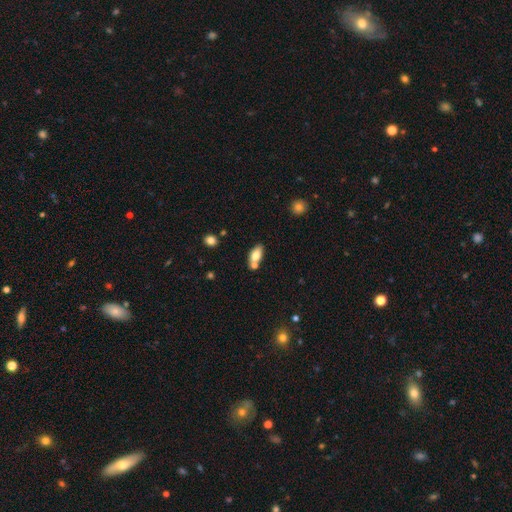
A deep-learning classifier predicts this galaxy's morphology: A smooth galaxy with no disk features (75%) that is in between round and cigar-shaped (89%). Merging: none (59%).